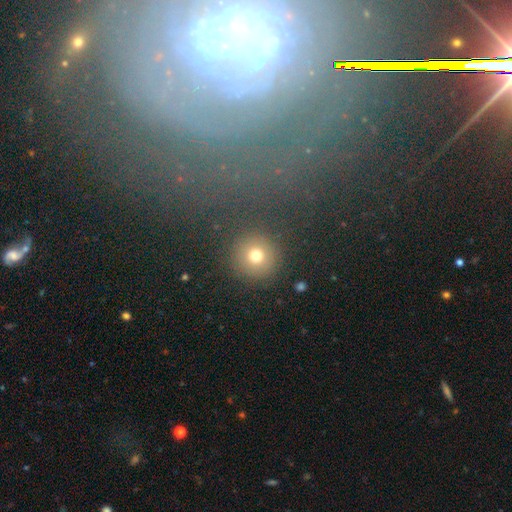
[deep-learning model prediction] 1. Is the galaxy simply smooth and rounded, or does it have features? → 73% smooth, 18% star or artifact, 9% featured or disk.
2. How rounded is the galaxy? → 94% round, 5% in between, 1% cigar-shaped.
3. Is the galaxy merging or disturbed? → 87% none, 7% minor disturbance, 3% major disturbance, 3% merger.